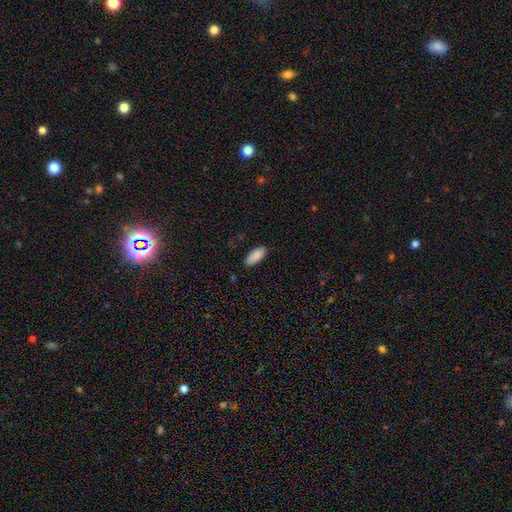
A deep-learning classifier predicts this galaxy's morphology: Q: Smooth or featured?
A: smooth (90%); runner-up: star or artifact (6%)
Q: How rounded?
A: in between (83%); runner-up: cigar-shaped (15%)
Q: Merging?
A: none (86%); runner-up: minor disturbance (10%)